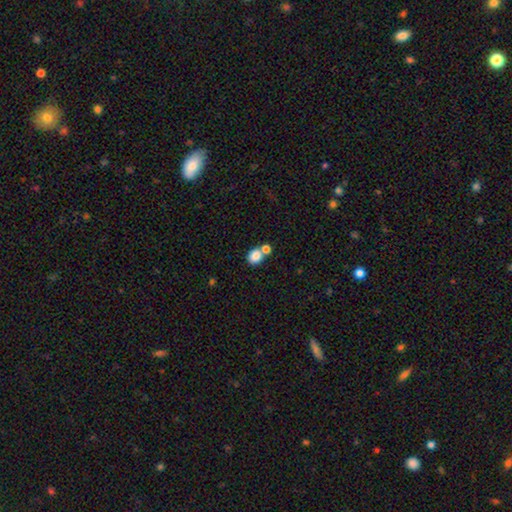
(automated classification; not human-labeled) Smooth or featured? Predicted: smooth (p=0.84). How rounded? Predicted: round (p=0.62). Merging? Predicted: none (p=0.47).